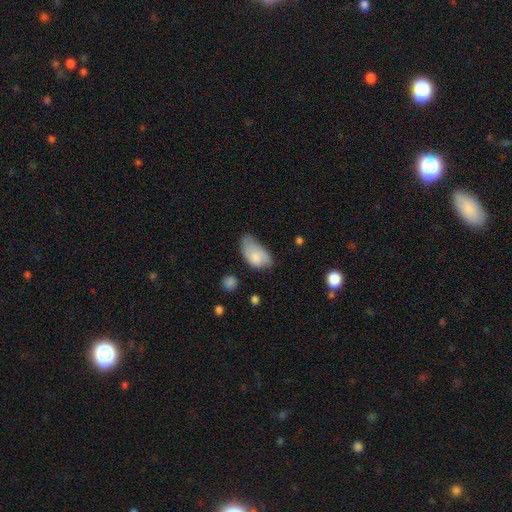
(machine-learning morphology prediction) Smooth or featured: smooth — 79% (featured or disk — 14%)
How rounded: in between — 94% (round — 4%)
Merging: minor disturbance — 46% (none — 34%)